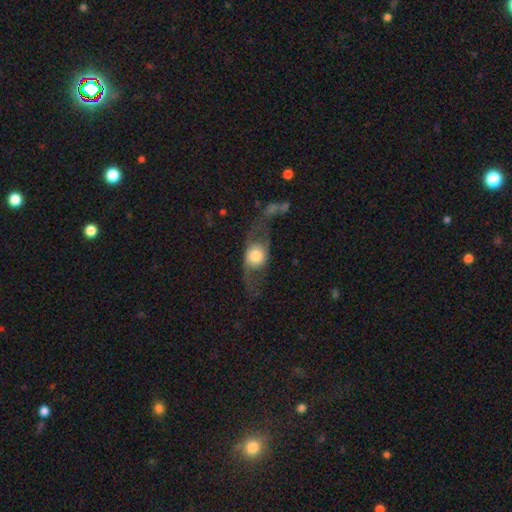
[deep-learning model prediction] The model was most divided on "merging" (2-way tie): major disturbance: 37%, none: 37%, minor disturbance: 19%, merger: 8%. More confident: edge-on disk — no (83%); smooth or featured — featured or disk (53%).